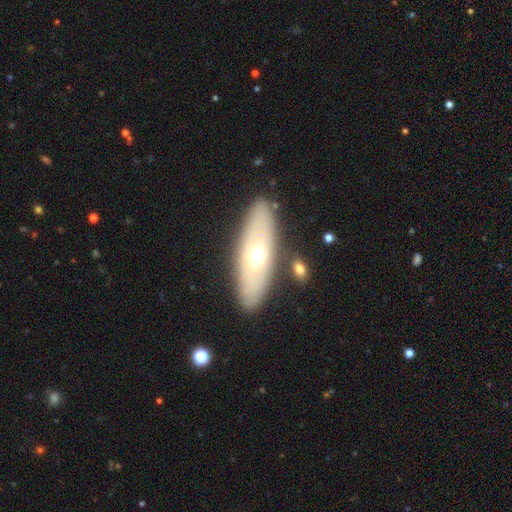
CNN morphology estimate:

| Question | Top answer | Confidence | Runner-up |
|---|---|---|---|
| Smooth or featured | smooth | 50% | featured or disk (43%) |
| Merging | none | 83% | minor disturbance (10%) |